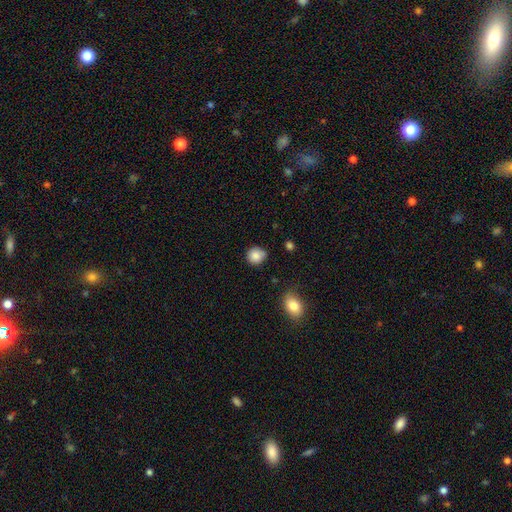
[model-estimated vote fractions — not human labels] This is clearly a smooth galaxy (86%). How rounded: clearly round (83%). Merging: likely none (72%).